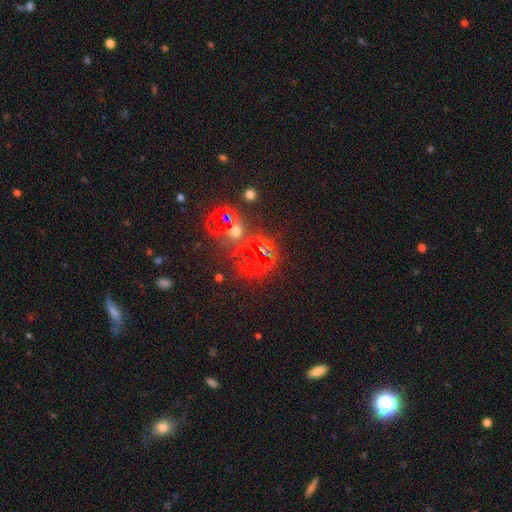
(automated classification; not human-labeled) smooth_or_featured: star or artifact (p=0.69) [alt: smooth p=0.20]